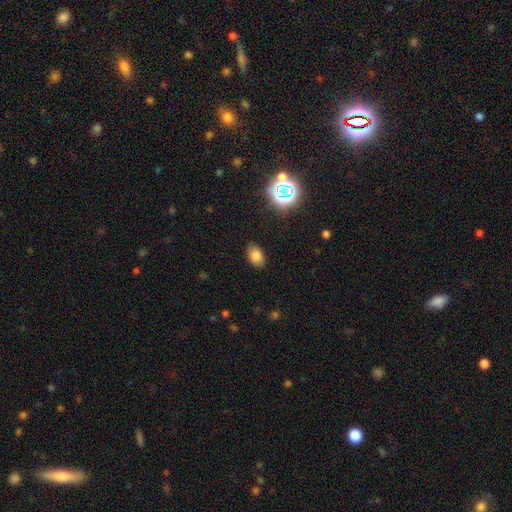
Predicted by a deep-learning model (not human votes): Smooth or featured? Predicted: smooth (p=0.78). How rounded? Predicted: in between (p=0.85). Merging? Predicted: none (p=0.86).